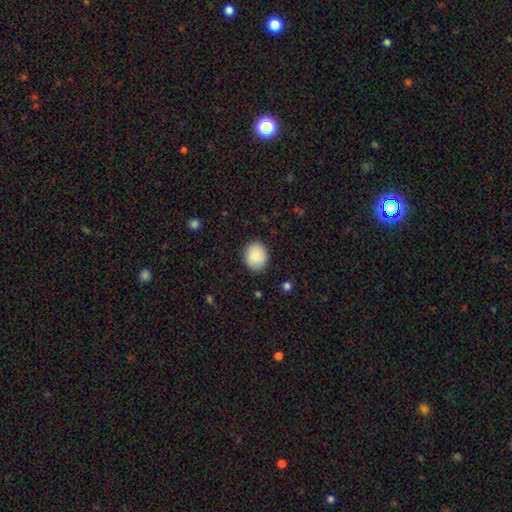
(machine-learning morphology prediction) smooth_or_featured: smooth (p=0.88) [alt: star or artifact p=0.07]
how_rounded: round (p=0.63) [alt: in between p=0.37]
merging: none (p=0.87) [alt: minor disturbance p=0.09]